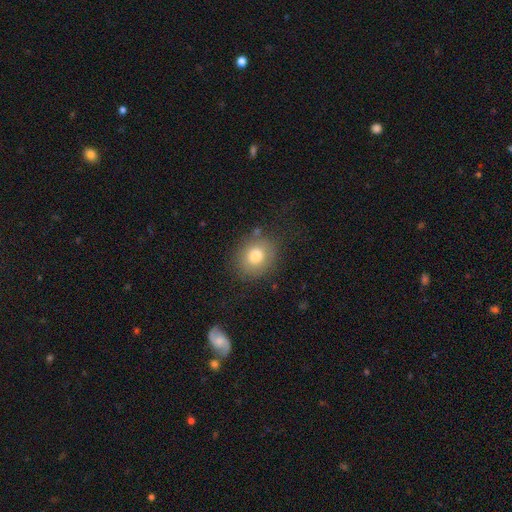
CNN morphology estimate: This is likely a smooth galaxy (79%). How rounded: likely round (63%). Merging: likely none (79%).